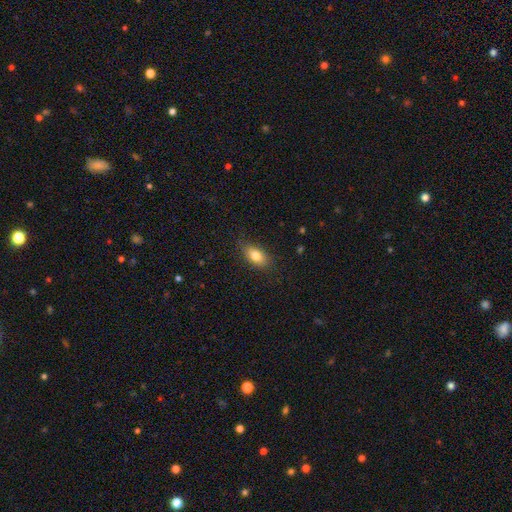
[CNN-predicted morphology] The model was most divided on "smooth or featured": smooth: 79%, featured or disk: 13%, star or artifact: 9%. More confident: how rounded — in between (84%); merging — none (82%).